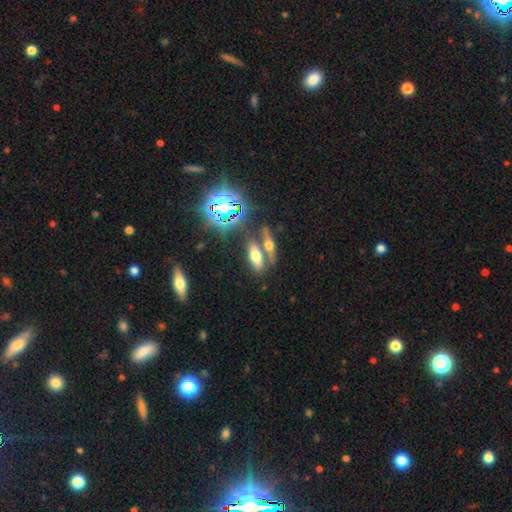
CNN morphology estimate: smooth_or_featured: smooth (p=0.54) [alt: featured or disk p=0.26]
how_rounded: in between (p=0.64) [alt: cigar-shaped p=0.28]
merging: none (p=0.58) [alt: merger p=0.29]